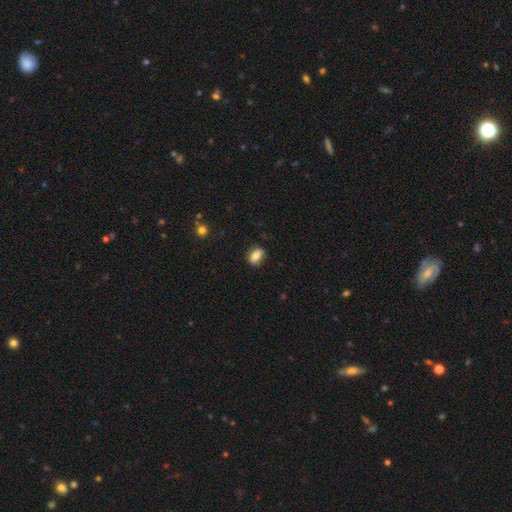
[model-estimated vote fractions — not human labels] This appears to be a smooth galaxy with no disk features (76%) that is in between round and cigar-shaped (71%). Merging: none (82%).